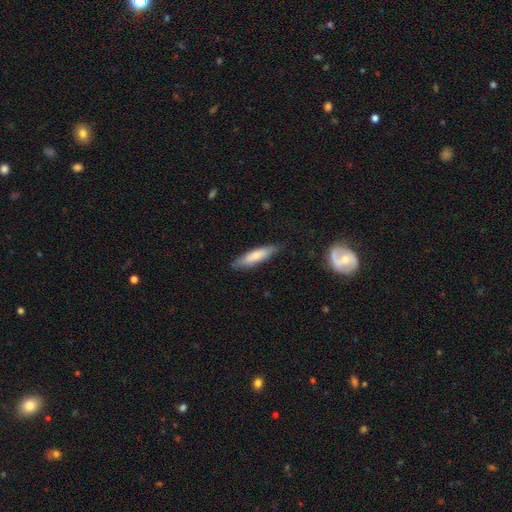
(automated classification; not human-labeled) Morphology: type=smooth (73%); roundness=cigar-shaped (72%); merging=none (82%).